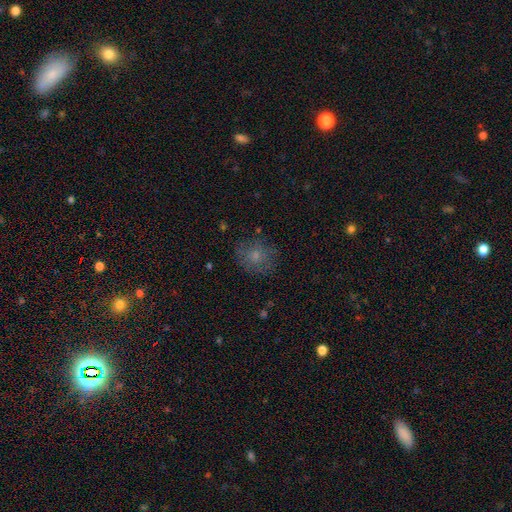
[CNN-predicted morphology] This appears to be a smooth galaxy with no disk features (68%) that is round (81%). Merging: none (76%).